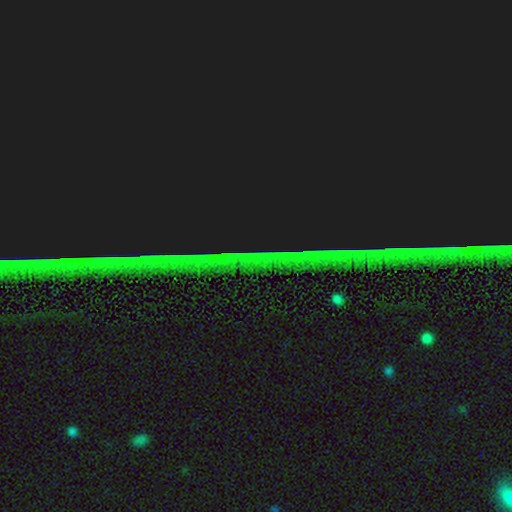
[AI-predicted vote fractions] The model was most divided on "smooth or featured": star or artifact: 85%, featured or disk: 8%, smooth: 8%.